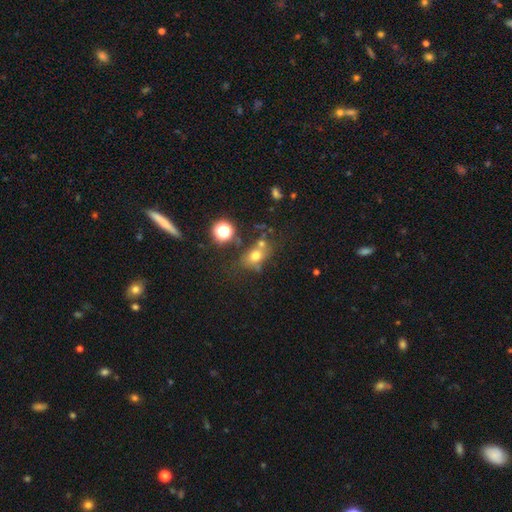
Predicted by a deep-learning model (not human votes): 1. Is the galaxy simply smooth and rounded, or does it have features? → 67% smooth, 18% star or artifact, 14% featured or disk.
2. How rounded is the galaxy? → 52% in between, 47% round, 2% cigar-shaped.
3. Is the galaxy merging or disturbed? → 53% none, 21% merger, 18% minor disturbance, 9% major disturbance.